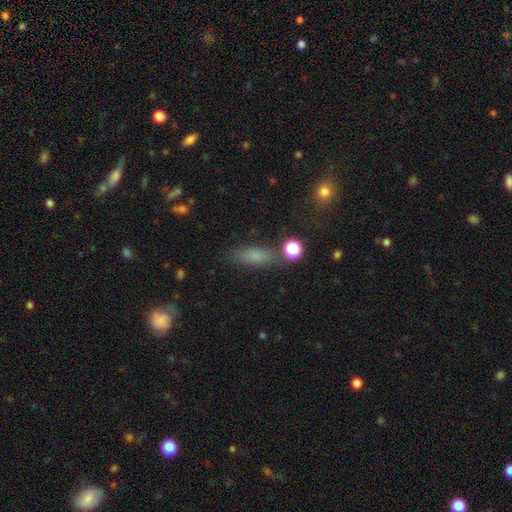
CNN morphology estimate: Smooth or featured: smooth — 75% (star or artifact — 14%)
How rounded: in between — 52% (cigar-shaped — 41%)
Merging: none — 74% (minor disturbance — 14%)